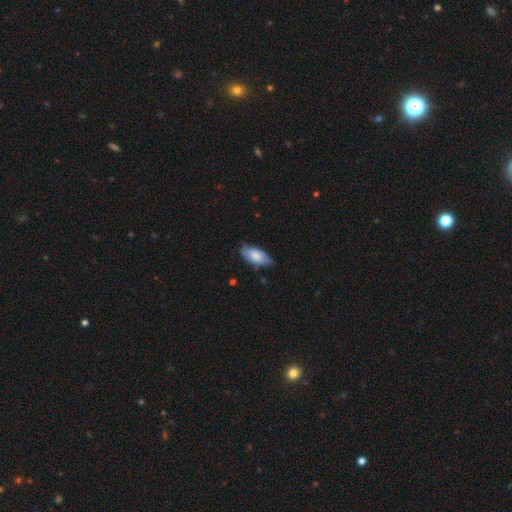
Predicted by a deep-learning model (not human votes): Smooth or featured? Predicted: smooth (p=0.64). How rounded? Predicted: in between (p=0.89). Merging? Predicted: none (p=0.68).